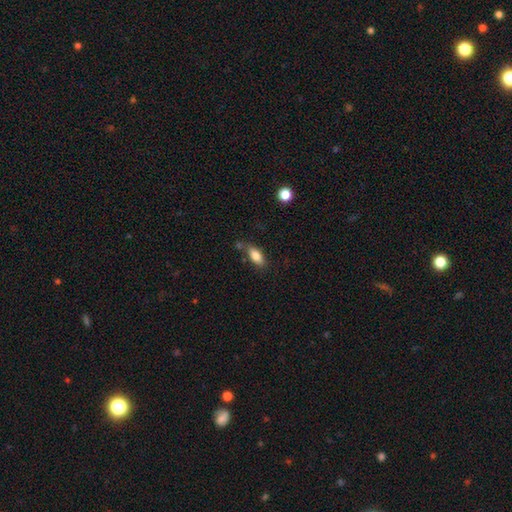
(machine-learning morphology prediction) Smooth or featured? smooth (82%)
How rounded? in between (82%)
Merging? none (67%)